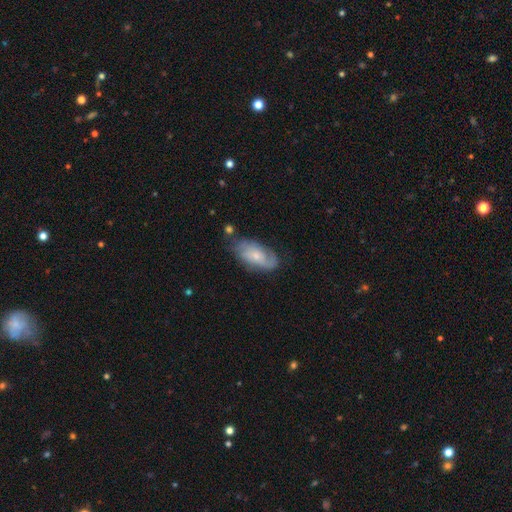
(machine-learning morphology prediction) Q: Smooth or featured?
A: featured or disk (55%); runner-up: smooth (39%)
Q: Edge-on disk?
A: no (92%); runner-up: yes (8%)
Q: Bar?
A: no (71%); runner-up: weak (25%)
Q: Spiral arms?
A: yes (82%); runner-up: no (18%)
Q: Bulge size?
A: small (64%); runner-up: moderate (30%)
Q: Merging?
A: none (62%); runner-up: minor disturbance (25%)